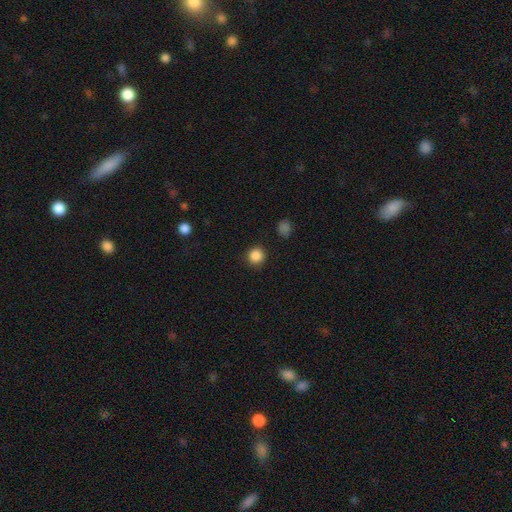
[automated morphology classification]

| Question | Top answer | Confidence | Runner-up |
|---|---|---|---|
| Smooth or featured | smooth | 87% | star or artifact (11%) |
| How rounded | round | 94% | in between (6%) |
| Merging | none | 90% | minor disturbance (6%) |